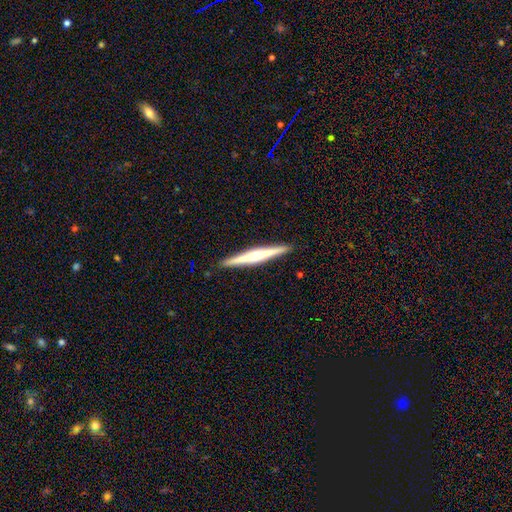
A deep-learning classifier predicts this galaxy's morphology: type=featured or disk (71%); edge-on=yes (98%); edge-on bulge=rounded (85%); merging=none (92%).